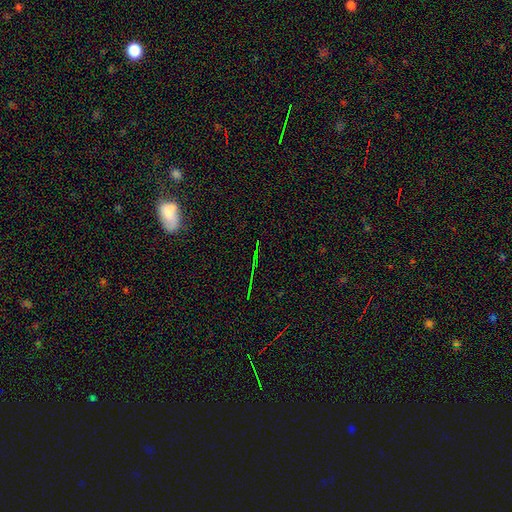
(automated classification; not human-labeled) Smooth or featured? star or artifact (60%)